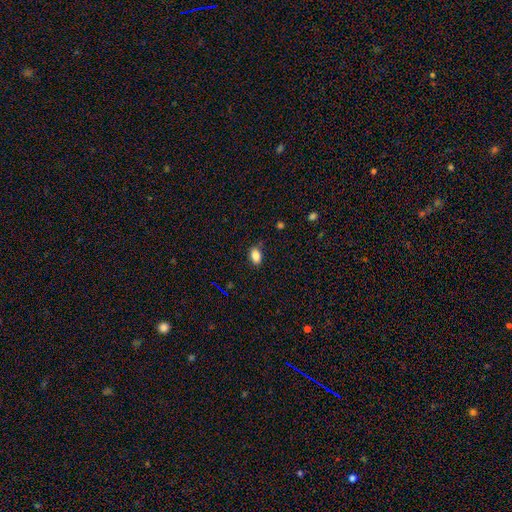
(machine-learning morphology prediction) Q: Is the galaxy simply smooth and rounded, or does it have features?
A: smooth — 85%.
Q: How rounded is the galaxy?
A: in between — 86%.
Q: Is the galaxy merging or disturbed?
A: none — 79%.